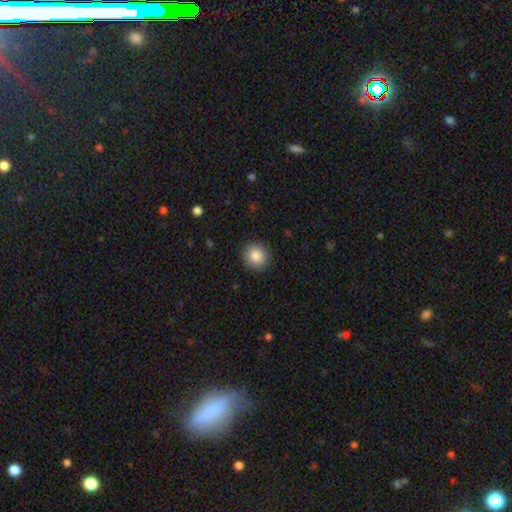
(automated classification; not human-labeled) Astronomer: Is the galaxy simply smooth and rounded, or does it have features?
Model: smooth — 85%.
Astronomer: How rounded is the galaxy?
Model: round — 87%.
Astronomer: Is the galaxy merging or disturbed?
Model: none — 90%.